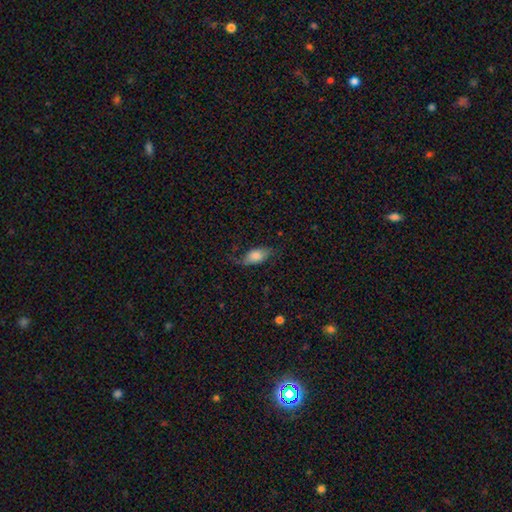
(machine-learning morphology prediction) Smooth or featured? smooth (70%)
How rounded? in between (90%)
Merging? none (59%)